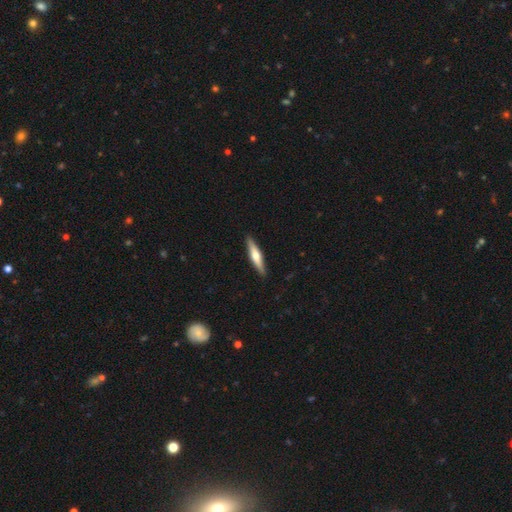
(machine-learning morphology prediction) A featured or disk galaxy (51%) viewed edge-on (95%). Merging: none (91%).